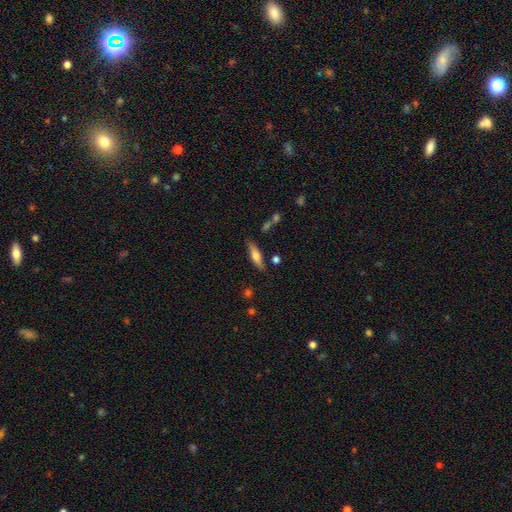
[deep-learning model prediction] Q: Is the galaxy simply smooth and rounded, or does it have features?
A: smooth — 62%.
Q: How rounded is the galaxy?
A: cigar-shaped — 62%.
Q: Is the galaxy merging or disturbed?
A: none — 78%.